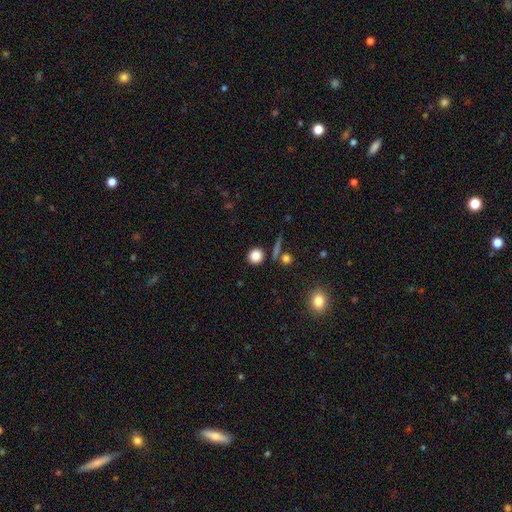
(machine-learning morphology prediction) smooth 83%, star or artifact 11%, featured or disk 6%. Down the decision tree: how rounded — round (90%); merging — none (81%).